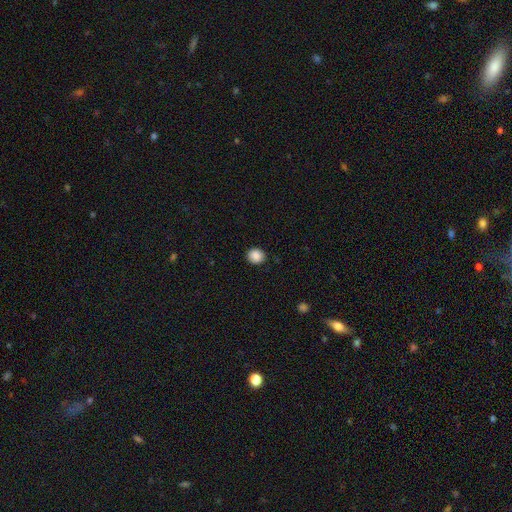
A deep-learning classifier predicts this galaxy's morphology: This is clearly a smooth galaxy (88%). How rounded: likely round (79%). Merging: clearly none (89%).